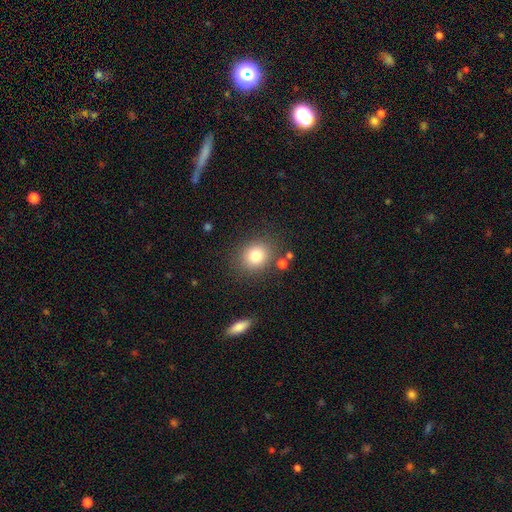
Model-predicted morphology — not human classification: A smooth galaxy with no disk features (81%) that is round (70%). Merging: none (81%).